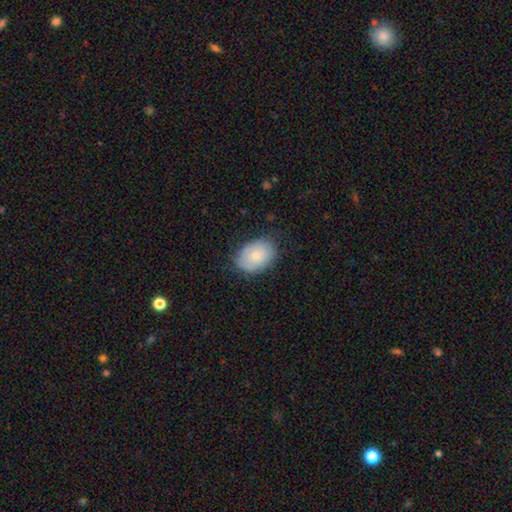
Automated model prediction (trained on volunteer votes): Smooth or featured?
  - smooth: 76% *
  - featured or disk: 18%
  - star or artifact: 7%
How rounded?
  - in between: 79% *
  - round: 20%
  - cigar-shaped: 1%
Merging?
  - none: 78% *
  - minor disturbance: 18%
  - major disturbance: 4%
  - merger: 1%